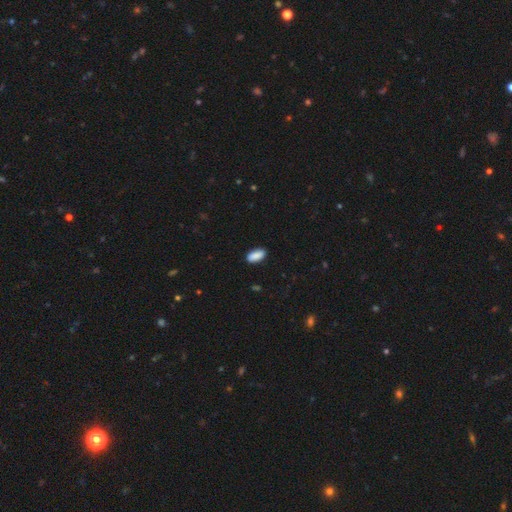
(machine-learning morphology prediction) Overall: smooth (90%). How rounded: in between (88%). Merging: none (89%).